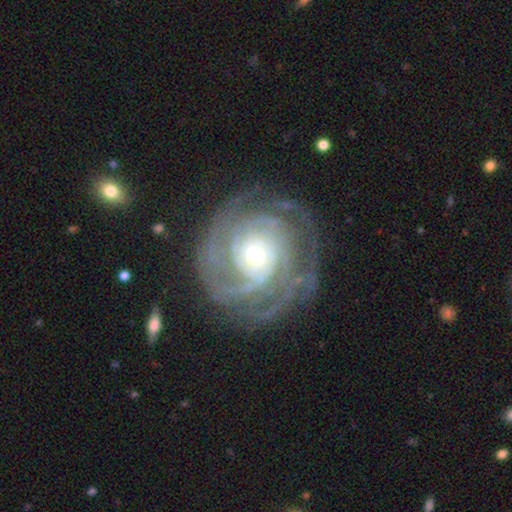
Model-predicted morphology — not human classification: The model was most divided on "spiral arm count": can't tell: 25%, 3: 21%, 4: 20%, 2: 14%, more than 4: 13%, 1: 7%. More confident: edge-on disk — no (97%); spiral arms — yes (97%); smooth or featured — featured or disk (89%); spiral winding — tight (78%); merging — none (78%); bar — no (76%); bulge size — small (54%).